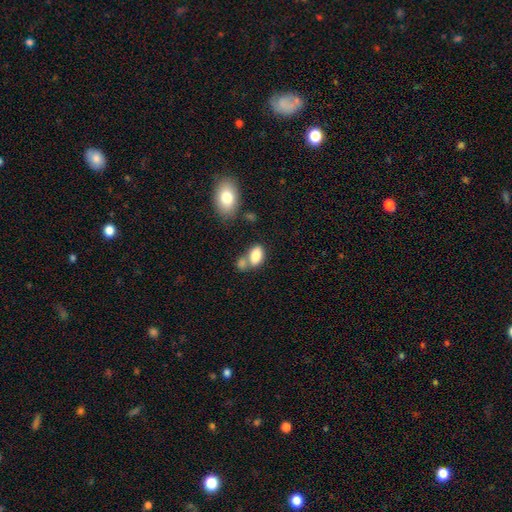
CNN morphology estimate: Smooth or featured: smooth — 83% (featured or disk — 9%)
How rounded: in between — 89% (round — 9%)
Merging: merger — 42% (none — 40%)